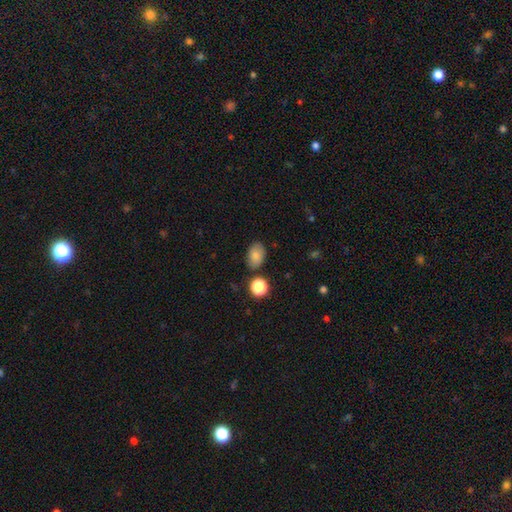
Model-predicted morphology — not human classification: The model was most divided on "merging": none: 78%, minor disturbance: 15%, merger: 4%, major disturbance: 3%. More confident: smooth or featured — smooth (82%); how rounded — in between (82%).